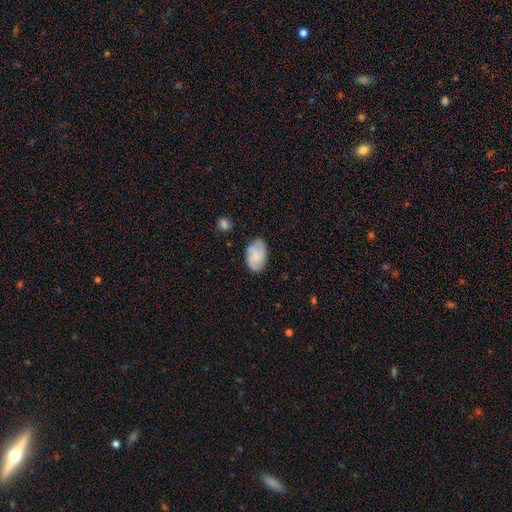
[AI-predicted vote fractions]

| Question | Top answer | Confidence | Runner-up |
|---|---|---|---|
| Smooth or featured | smooth | 55% | featured or disk (37%) |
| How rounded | in between | 90% | round (9%) |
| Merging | none | 71% | minor disturbance (21%) |